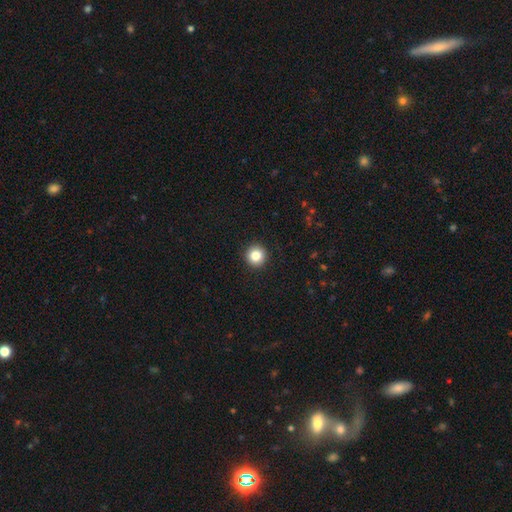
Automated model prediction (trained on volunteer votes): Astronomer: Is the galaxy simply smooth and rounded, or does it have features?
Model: smooth — 84%.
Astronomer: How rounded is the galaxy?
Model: round — 95%.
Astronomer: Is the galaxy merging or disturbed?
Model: none — 93%.